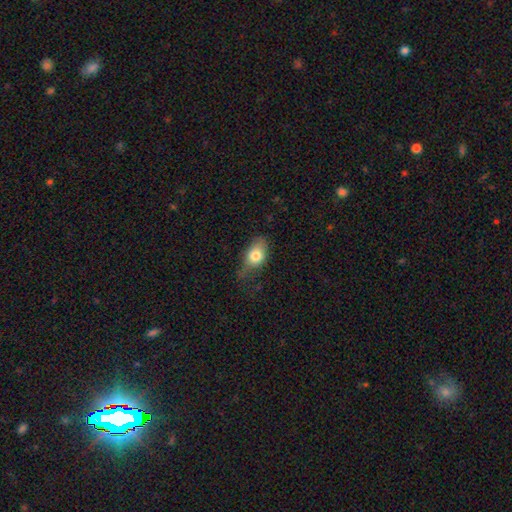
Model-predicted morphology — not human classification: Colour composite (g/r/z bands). It shows a smooth galaxy with no disk features (77%) that is in between round and cigar-shaped (80%). Merging: none (41%).